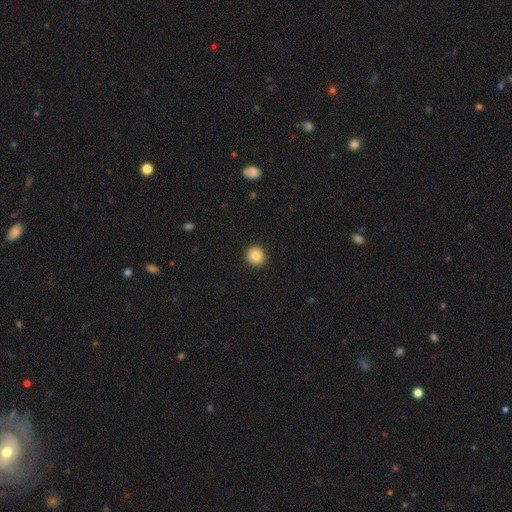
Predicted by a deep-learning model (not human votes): This is clearly a smooth galaxy (86%). How rounded: clearly round (94%). Merging: clearly none (92%).